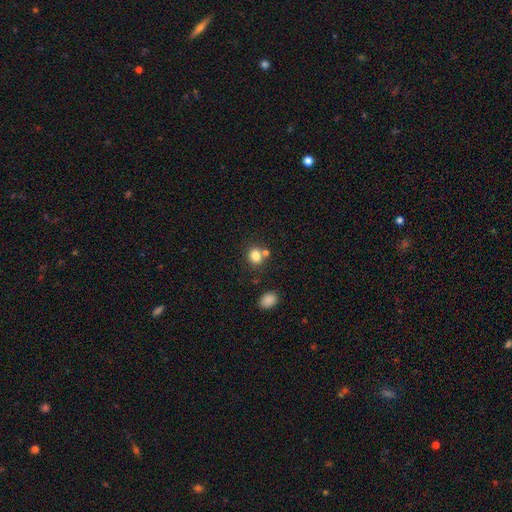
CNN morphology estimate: Q: Smooth or featured?
A: smooth (81%); runner-up: star or artifact (12%)
Q: How rounded?
A: round (65%); runner-up: in between (34%)
Q: Merging?
A: none (64%); runner-up: merger (22%)